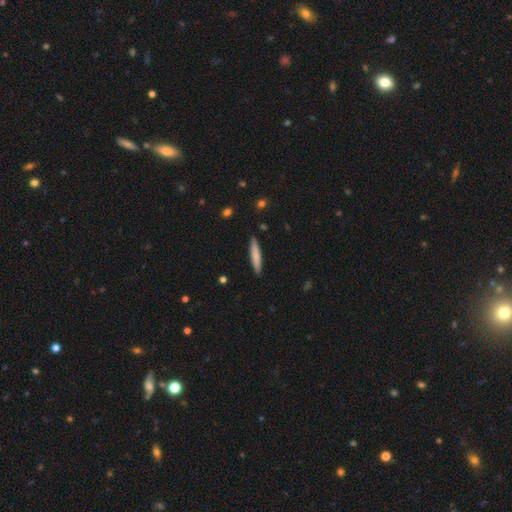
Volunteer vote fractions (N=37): A smooth galaxy with no disk features (76%) that is cigar-shaped (96%).

Vote fractions:
- Smooth or featured? smooth: 76% / featured or disk: 19% / star or artifact: 5%
- How rounded? cigar-shaped: 96% / in between: 4% / round: 0%
- Merging? none: 91% / minor disturbance: 6% / major disturbance: 3% / merger: 0%